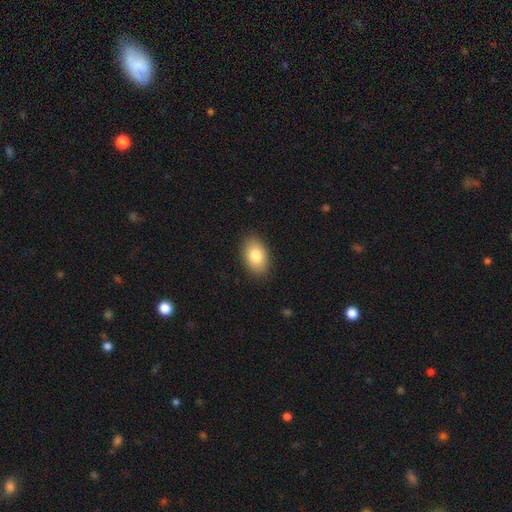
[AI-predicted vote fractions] Smooth or featured? smooth (82%)
How rounded? in between (88%)
Merging? none (87%)